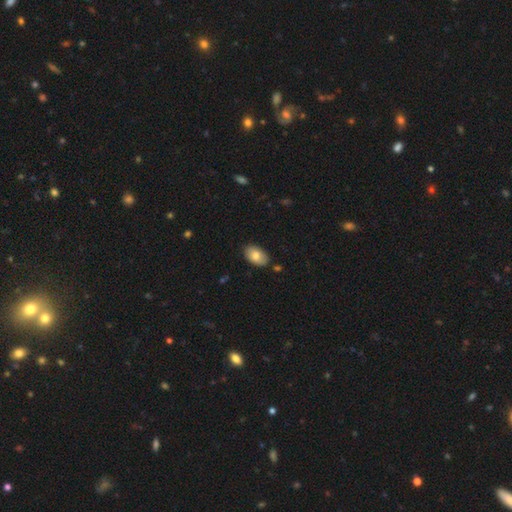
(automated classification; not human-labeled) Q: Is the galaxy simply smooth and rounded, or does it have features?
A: smooth — 80%.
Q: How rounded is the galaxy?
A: in between — 93%.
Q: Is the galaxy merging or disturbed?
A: none — 85%.